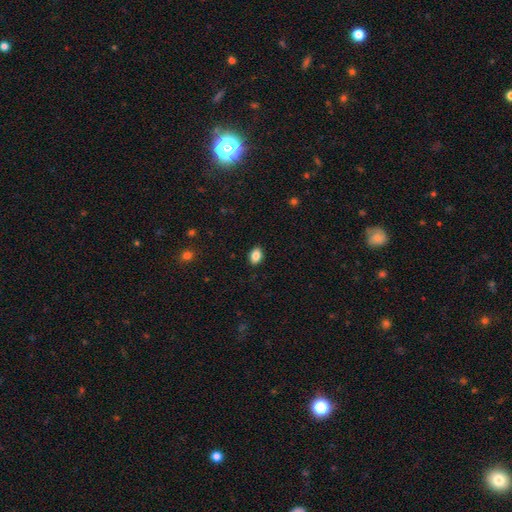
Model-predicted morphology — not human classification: Smooth or featured? smooth (86%)
How rounded? in between (83%)
Merging? none (89%)